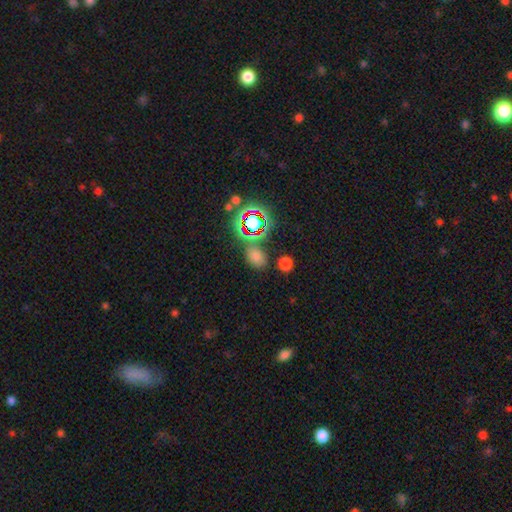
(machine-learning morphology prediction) smooth_or_featured: smooth (p=0.63) [alt: star or artifact p=0.30]
how_rounded: in between (p=0.65) [alt: round p=0.33]
merging: none (p=0.72) [alt: minor disturbance p=0.13]